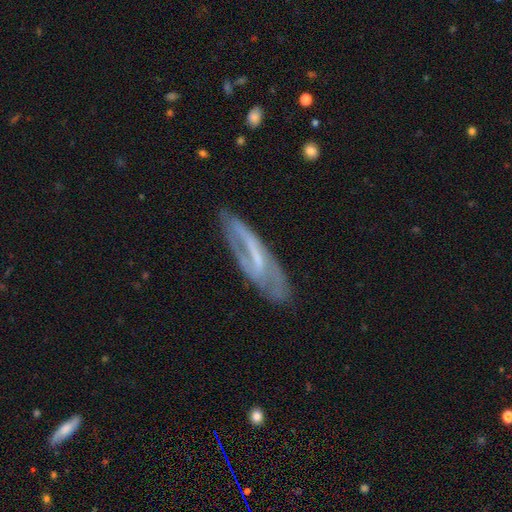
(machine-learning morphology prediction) Smooth or featured? featured or disk (71%)
Edge-on disk? no (68%)
Merging? none (67%)